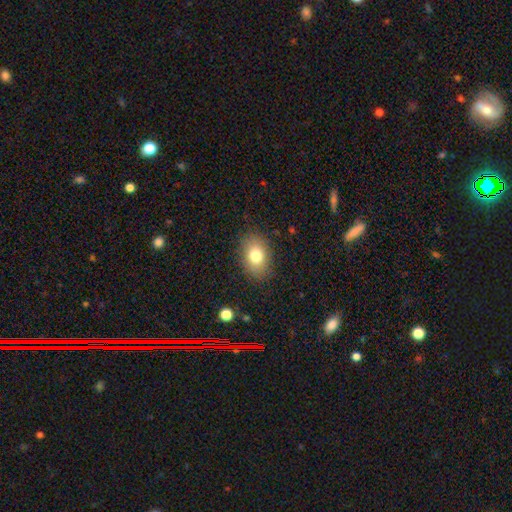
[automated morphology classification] Smooth or featured? Predicted: smooth (p=0.78). How rounded? Predicted: in between (p=0.78). Merging? Predicted: none (p=0.86).